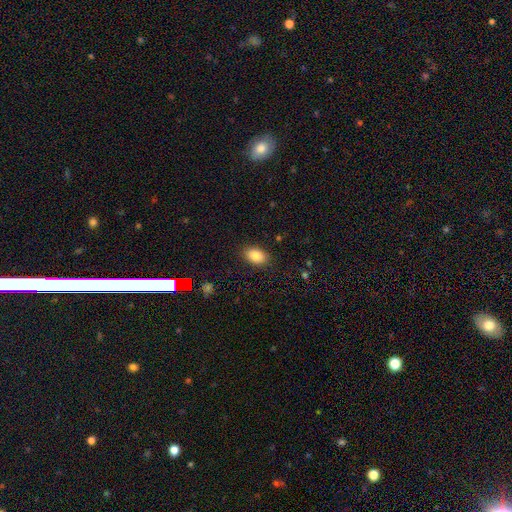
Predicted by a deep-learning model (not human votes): Smooth or featured: smooth — 85% (star or artifact — 9%)
How rounded: in between — 87% (round — 12%)
Merging: none — 88% (minor disturbance — 9%)